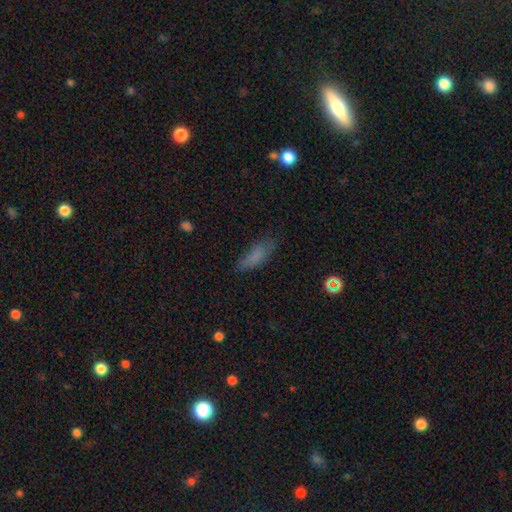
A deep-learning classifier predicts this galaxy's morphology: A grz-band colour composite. It shows a smooth galaxy with no disk features (77%) that is in between round and cigar-shaped (59%). Merging: none (67%).